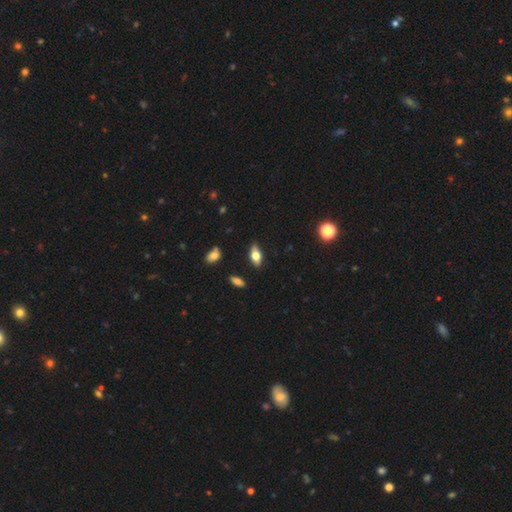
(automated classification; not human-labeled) Overall: smooth (65%; featured or disk 26%). How rounded: in between (85%). Merging: none (84%).